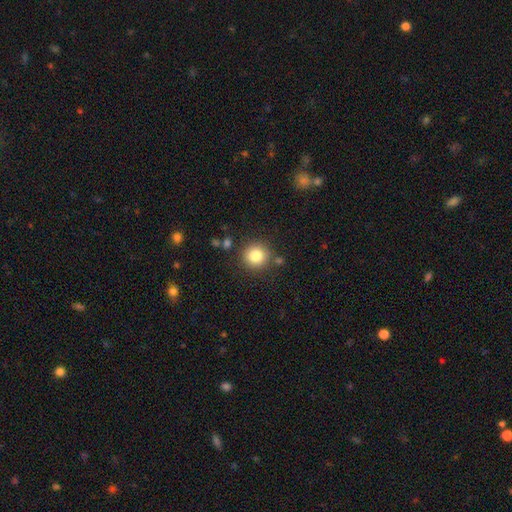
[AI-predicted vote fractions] Smooth or featured? smooth (82%)
How rounded? round (93%)
Merging? none (85%)